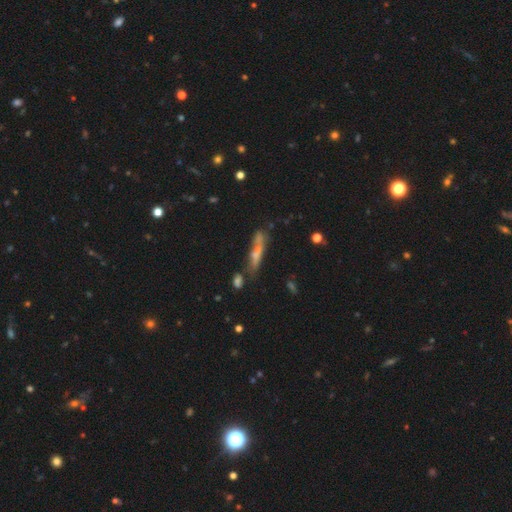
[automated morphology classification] Q: Smooth or featured?
A: featured or disk (41%); runner-up: smooth (38%)
Q: Merging?
A: none (60%); runner-up: minor disturbance (19%)